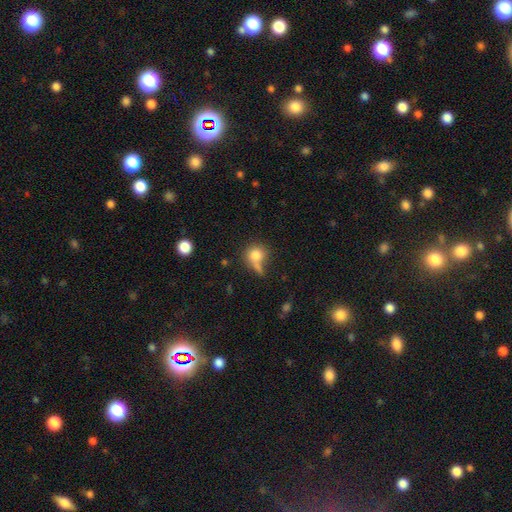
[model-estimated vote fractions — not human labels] Smooth or featured?
  - smooth: 79% *
  - featured or disk: 12%
  - star or artifact: 10%
How rounded?
  - round: 78% *
  - in between: 20%
  - cigar-shaped: 2%
Merging?
  - none: 44% *
  - merger: 24%
  - minor disturbance: 17%
  - major disturbance: 15%